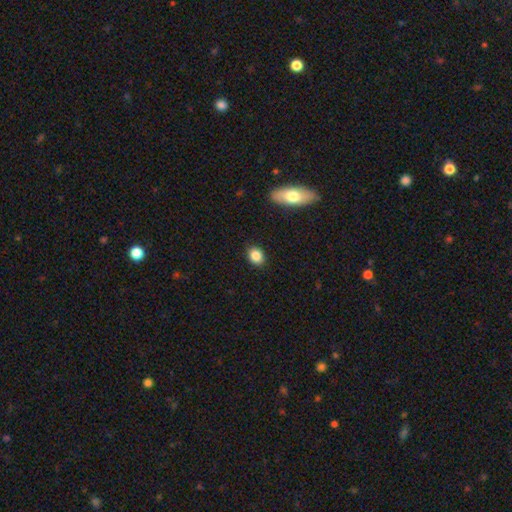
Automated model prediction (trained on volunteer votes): smooth-or-featured: smooth: 85% | star or artifact: 9% | featured or disk: 6%
  how-rounded: in between: 55% | round: 44% | cigar-shaped: 1%
  merging: none: 89% | minor disturbance: 8% | major disturbance: 2% | merger: 1%